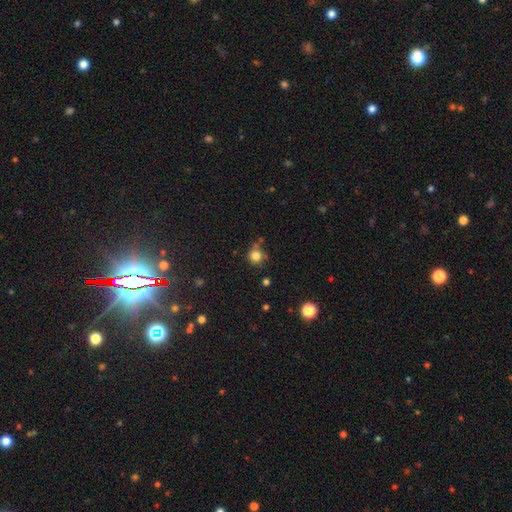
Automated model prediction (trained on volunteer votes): smooth-or-featured: smooth: 81% | star or artifact: 13% | featured or disk: 6%
  how-rounded: round: 90% | in between: 9% | cigar-shaped: 1%
  merging: none: 67% | minor disturbance: 17% | merger: 11% | major disturbance: 5%